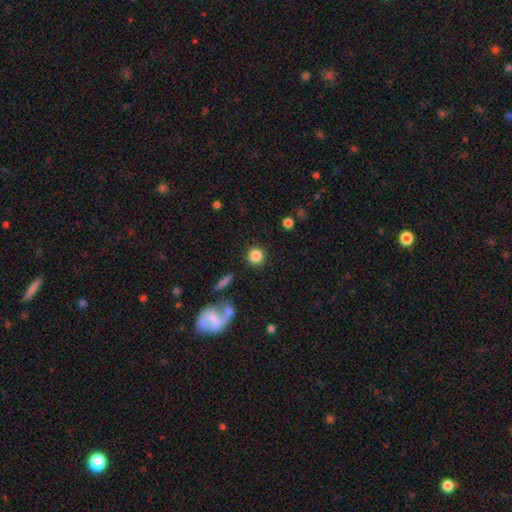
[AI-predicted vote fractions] This is clearly a smooth galaxy (85%). How rounded: clearly round (92%). Merging: clearly none (89%).